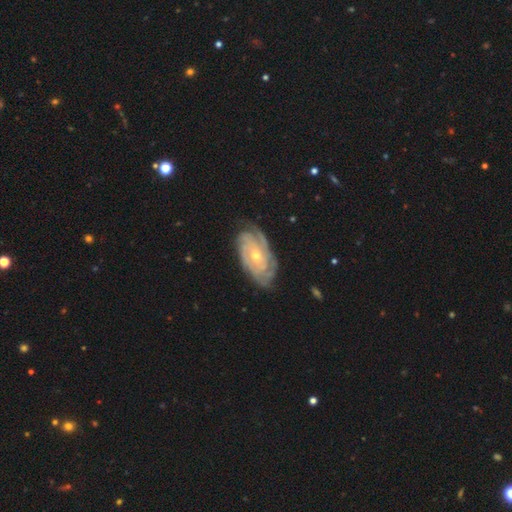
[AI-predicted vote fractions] The model was most divided on "spiral arm count": can't tell: 26%, 3: 25%, 4: 19%, 2: 16%, more than 4: 7%, 1: 6%. More confident: spiral arms — yes (97%); edge-on disk — no (95%); smooth or featured — featured or disk (88%); spiral winding — tight (78%); merging — none (78%); bar — no (71%); bulge size — small (51%).